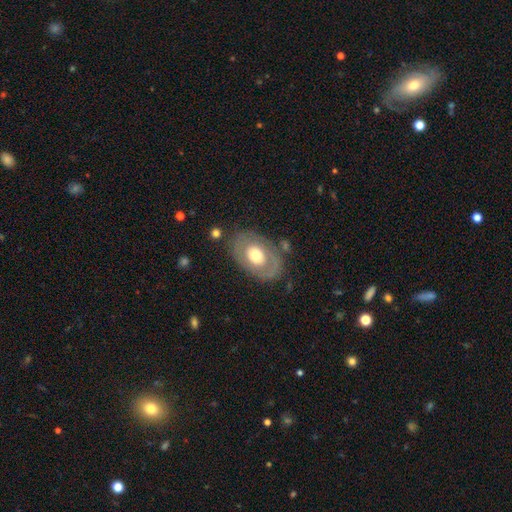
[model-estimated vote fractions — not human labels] Smooth or featured?
  - featured or disk: 47% *
  - smooth: 46%
  - star or artifact: 6%
Merging?
  - none: 75% *
  - minor disturbance: 15%
  - major disturbance: 7%
  - merger: 3%